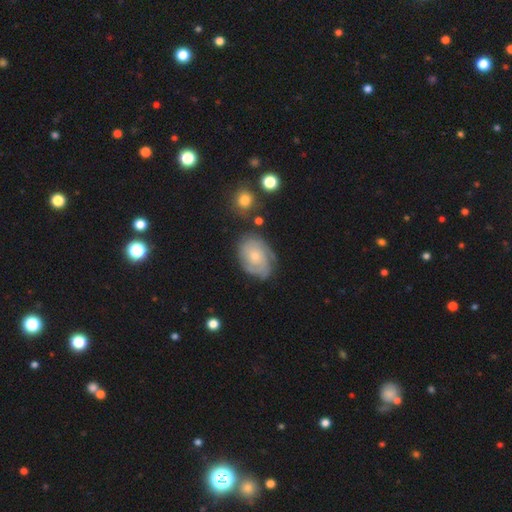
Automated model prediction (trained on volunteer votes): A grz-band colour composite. It shows a featured or disk galaxy (73%) with no bar (77%), tight (67%) spiral arms (91%) and a small central bulge (61%). Merging: none (70%).